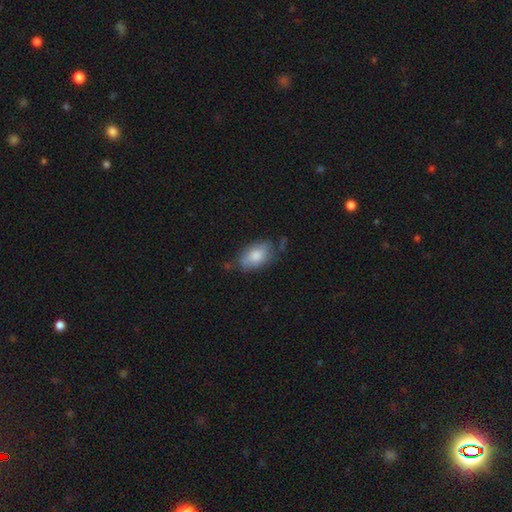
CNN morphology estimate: Smooth or featured? smooth (78%)
How rounded? in between (92%)
Merging? none (58%)